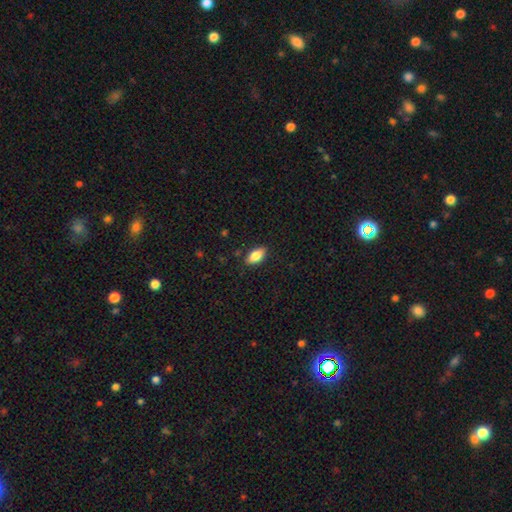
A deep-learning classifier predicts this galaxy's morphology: type=smooth (81%); roundness=in between (89%); merging=none (86%).